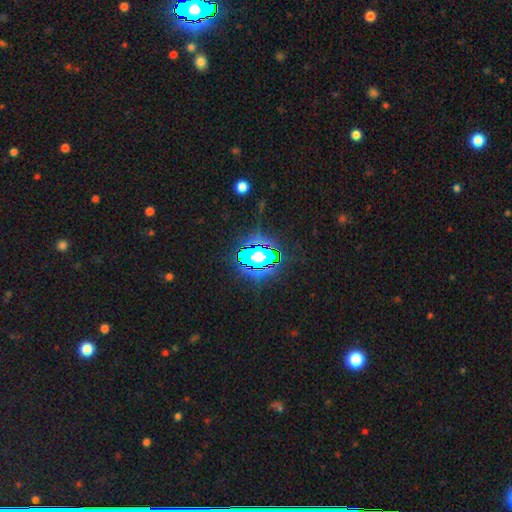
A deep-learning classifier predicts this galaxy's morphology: A star or artifact, not a galaxy (82%).

Vote fractions:
- Smooth or featured? star or artifact: 82% / smooth: 11% / featured or disk: 7%